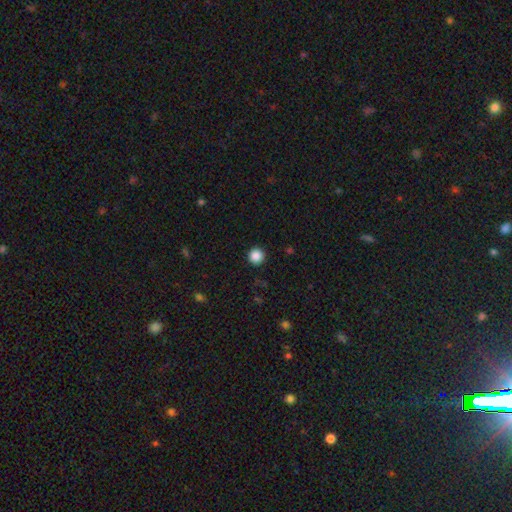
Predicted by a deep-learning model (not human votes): A smooth galaxy with no disk features (87%) that is round (95%). Merging: none (92%).